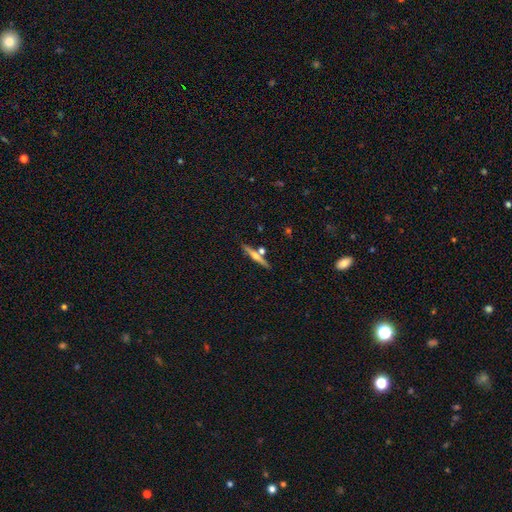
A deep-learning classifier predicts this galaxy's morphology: A featured or disk galaxy (60%) viewed edge-on (96%) with a rounded central bulge (85%). Merging: none (78%).